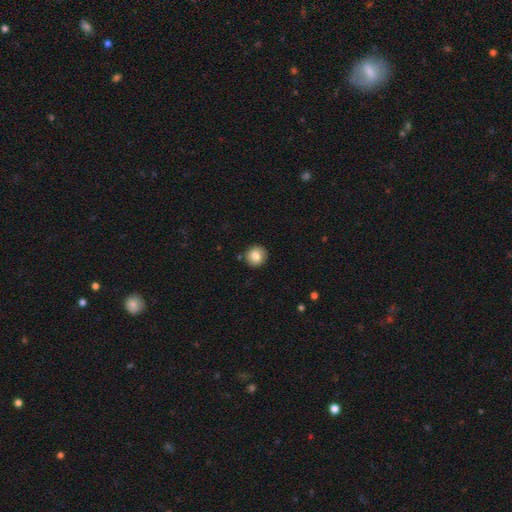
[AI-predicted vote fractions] Q: Smooth or featured?
A: smooth (82%); runner-up: star or artifact (9%)
Q: How rounded?
A: round (91%); runner-up: in between (8%)
Q: Merging?
A: none (88%); runner-up: minor disturbance (8%)